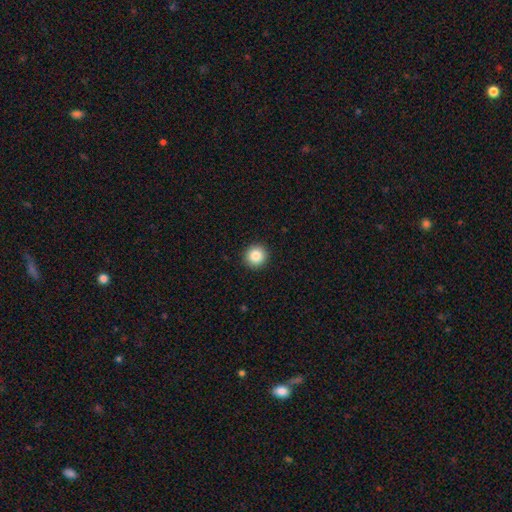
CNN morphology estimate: The model was most divided on "smooth or featured": smooth: 86%, star or artifact: 10%, featured or disk: 5%. More confident: how rounded — round (95%); merging — none (93%).